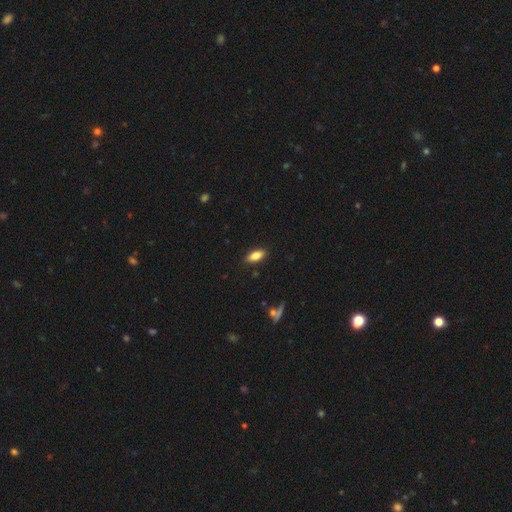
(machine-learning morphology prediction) smooth_or_featured: smooth (p=0.82) [alt: featured or disk p=0.10]
how_rounded: in between (p=0.85) [alt: cigar-shaped p=0.12]
merging: none (p=0.87) [alt: minor disturbance p=0.09]